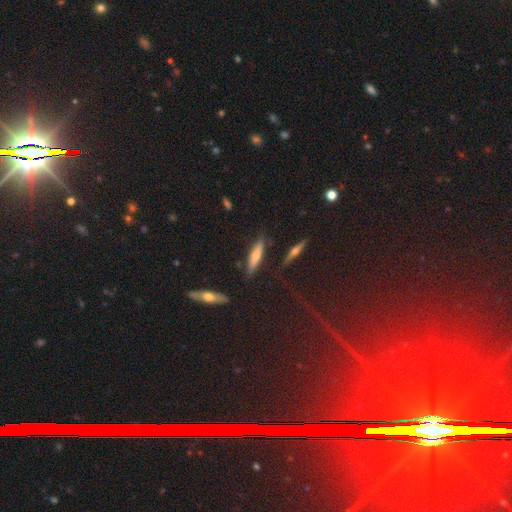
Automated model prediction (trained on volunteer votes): Smooth or featured?
  - smooth: 51% *
  - featured or disk: 40%
  - star or artifact: 9%
How rounded?
  - cigar-shaped: 78% *
  - in between: 19%
  - round: 3%
Merging?
  - none: 82% *
  - minor disturbance: 12%
  - merger: 4%
  - major disturbance: 3%